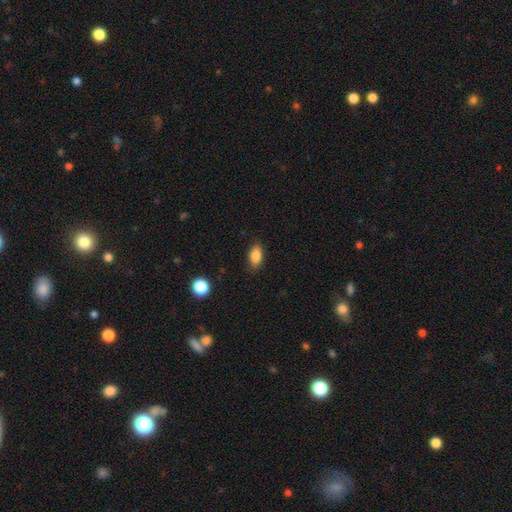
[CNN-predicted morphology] type=smooth (84%); roundness=in between (87%); merging=none (85%).